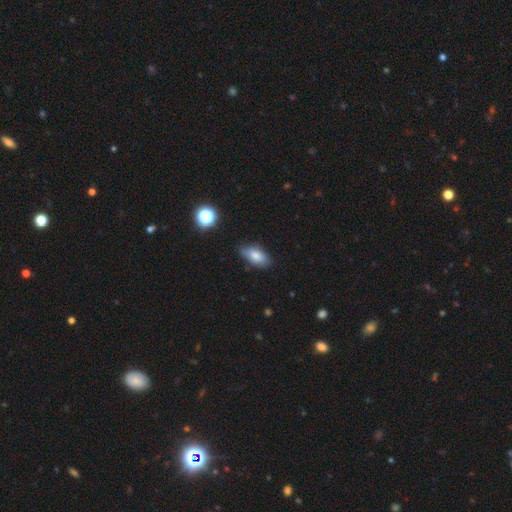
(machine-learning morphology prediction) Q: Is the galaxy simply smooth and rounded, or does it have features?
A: smooth — 80%.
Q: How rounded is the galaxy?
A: in between — 88%.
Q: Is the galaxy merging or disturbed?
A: none — 75%.